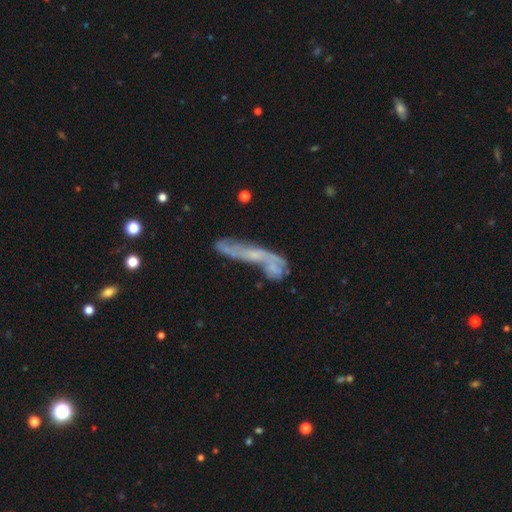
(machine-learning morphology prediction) featured or disk 59%, smooth 29%, star or artifact 12%. Down the decision tree: edge-on disk — no (61%); merging — merger (36%).